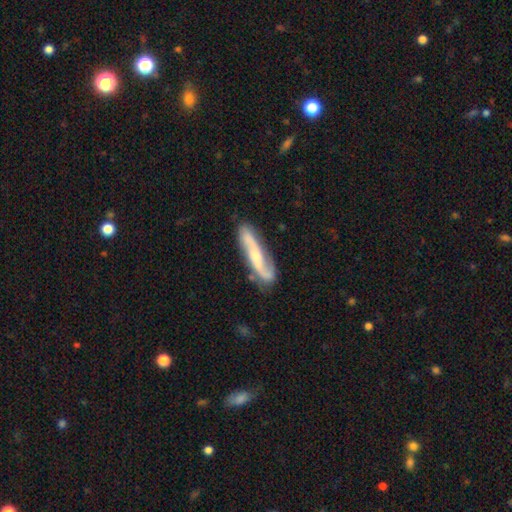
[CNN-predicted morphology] Overall: featured or disk (75%). Edge-on disk: no (74%). Bar: no (47%; weak 30%). Spiral arms: yes (93%). Spiral arm count: 2 (87%). Spiral winding: loose (51%; medium 34%). Bulge size: small (49%; moderate 42%). Merging: none (76%).